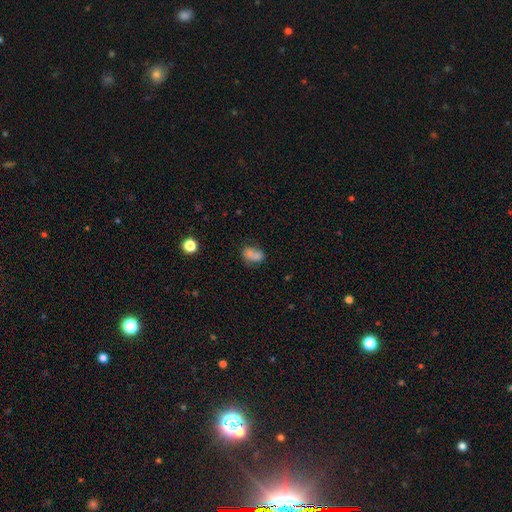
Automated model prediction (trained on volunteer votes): Smooth or featured? Predicted: smooth (p=0.71). How rounded? Predicted: in between (p=0.71). Merging? Predicted: merger (p=0.43).